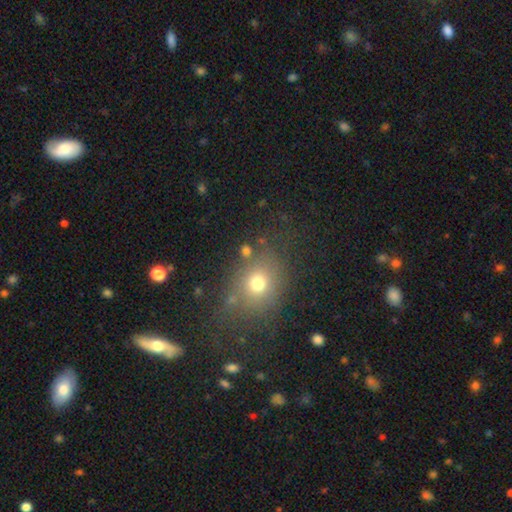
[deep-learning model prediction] smooth 59%, star or artifact 29%, featured or disk 12%. Down the decision tree: how rounded — round (57%); merging — none (78%).